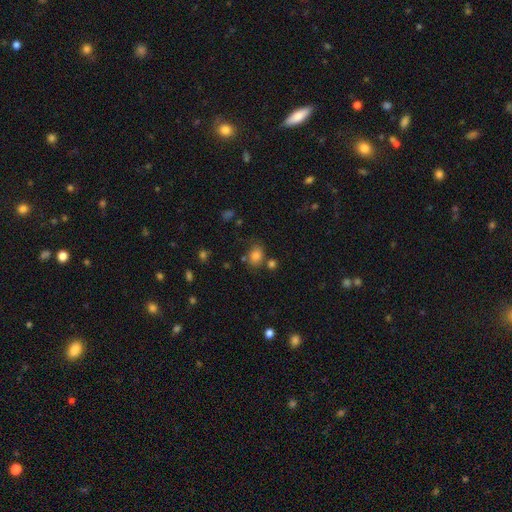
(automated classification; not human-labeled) smooth-or-featured: smooth: 81% | star or artifact: 12% | featured or disk: 7%
  how-rounded: in between: 56% | round: 43% | cigar-shaped: 1%
  merging: none: 65% | minor disturbance: 17% | merger: 12% | major disturbance: 6%